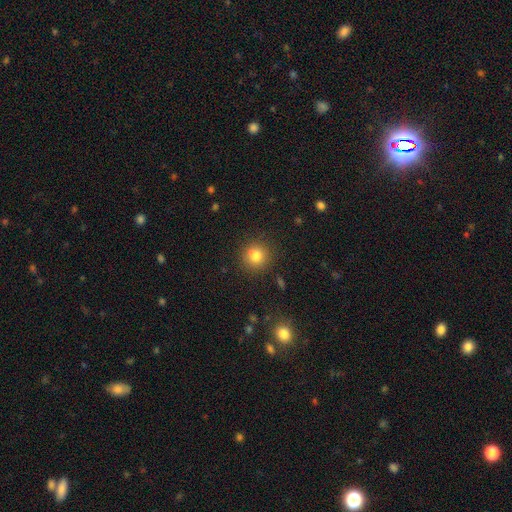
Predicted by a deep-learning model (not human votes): The model was most divided on "smooth or featured": smooth: 81%, star or artifact: 12%, featured or disk: 7%. More confident: how rounded — round (87%); merging — none (86%).